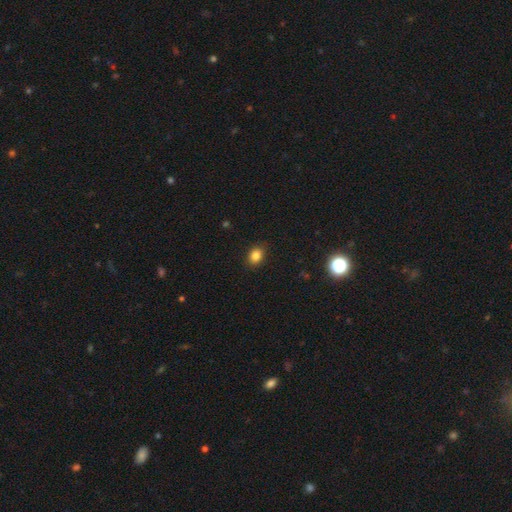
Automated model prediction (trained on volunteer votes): Q: Smooth or featured?
A: smooth (84%); runner-up: star or artifact (11%)
Q: How rounded?
A: in between (54%); runner-up: round (45%)
Q: Merging?
A: none (89%); runner-up: minor disturbance (8%)